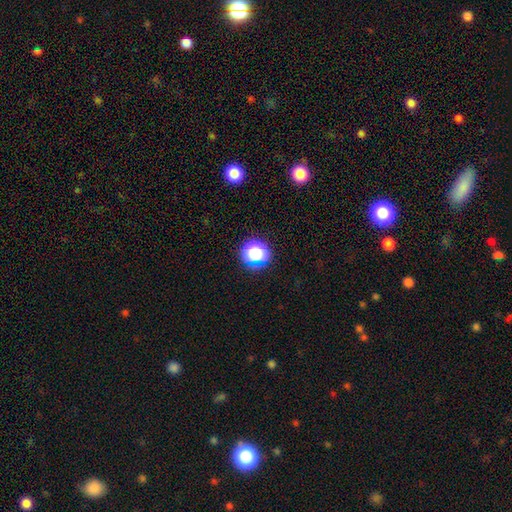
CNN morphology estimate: Smooth or featured: smooth — 54% (star or artifact — 38%)
How rounded: round — 87% (in between — 12%)
Merging: none — 78% (minor disturbance — 12%)